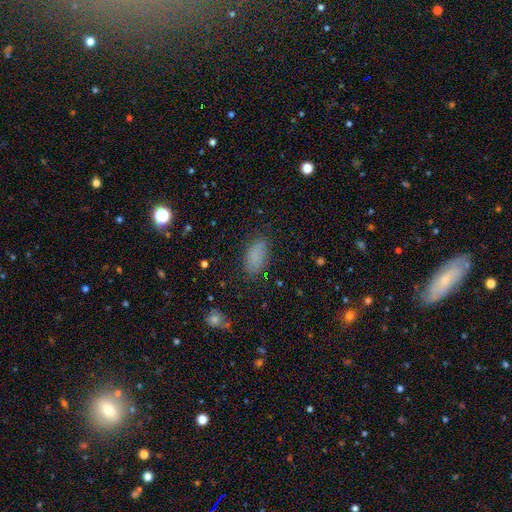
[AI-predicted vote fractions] Q: Smooth or featured?
A: smooth (83%); runner-up: star or artifact (11%)
Q: How rounded?
A: in between (92%); runner-up: round (4%)
Q: Merging?
A: none (79%); runner-up: minor disturbance (15%)